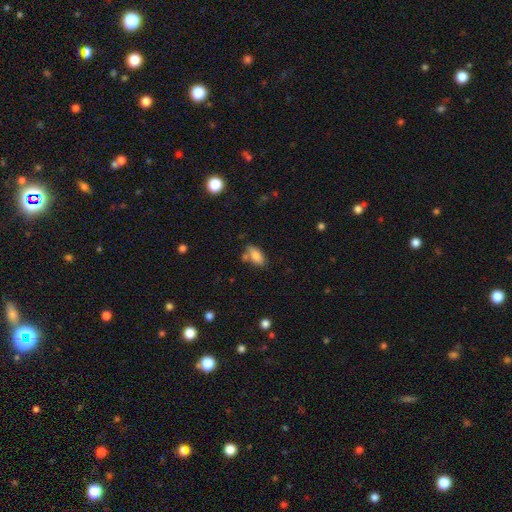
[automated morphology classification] A smooth galaxy with no disk features (79%) that is in between round and cigar-shaped (86%).

Vote fractions:
- Smooth or featured? smooth: 79% / featured or disk: 13% / star or artifact: 9%
- How rounded? in between: 86% / cigar-shaped: 10% / round: 3%
- Merging? none: 58% / minor disturbance: 19% / merger: 17% / major disturbance: 5%